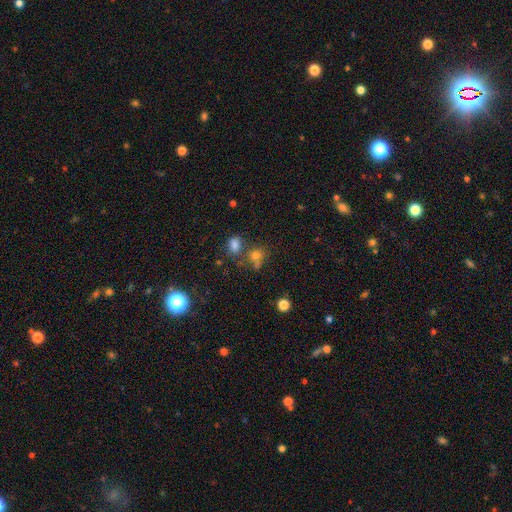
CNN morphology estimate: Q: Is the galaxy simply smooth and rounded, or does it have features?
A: smooth — 70%.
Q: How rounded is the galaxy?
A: round — 61%.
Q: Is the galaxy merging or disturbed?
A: none — 49%.